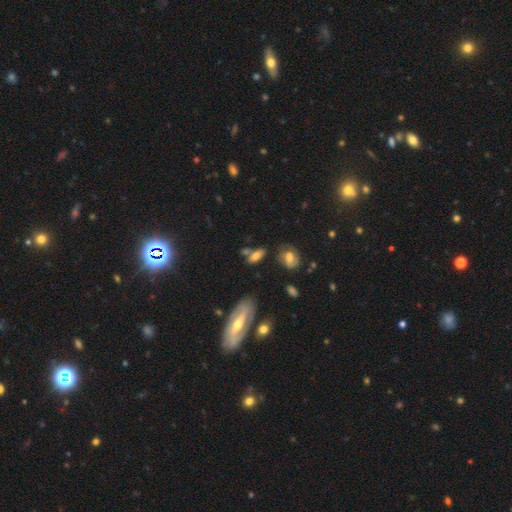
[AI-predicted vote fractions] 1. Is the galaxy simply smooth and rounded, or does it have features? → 65% smooth, 23% featured or disk, 12% star or artifact.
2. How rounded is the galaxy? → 73% in between, 21% cigar-shaped, 6% round.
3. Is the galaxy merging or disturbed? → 56% none, 19% minor disturbance, 18% merger, 8% major disturbance.